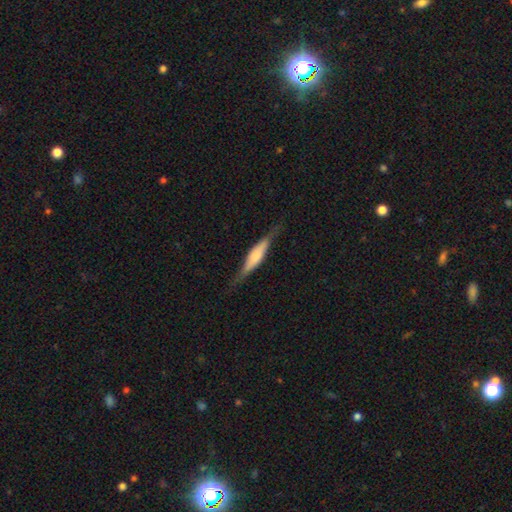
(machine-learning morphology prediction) smooth_or_featured: featured or disk (p=0.53) [alt: smooth p=0.41]
disk_edge_on: yes (p=0.90) [alt: no p=0.10]
merging: none (p=0.78) [alt: minor disturbance p=0.16]